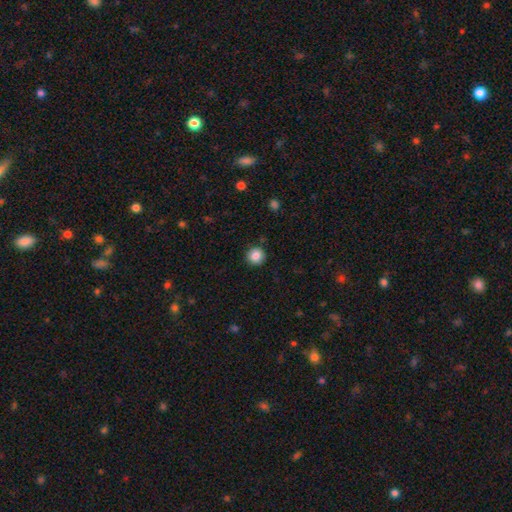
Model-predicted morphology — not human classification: Q: Smooth or featured?
A: smooth (86%); runner-up: star or artifact (10%)
Q: How rounded?
A: round (95%); runner-up: in between (5%)
Q: Merging?
A: none (91%); runner-up: minor disturbance (6%)